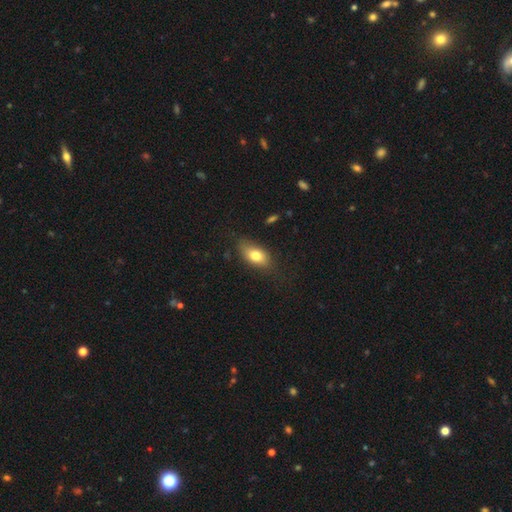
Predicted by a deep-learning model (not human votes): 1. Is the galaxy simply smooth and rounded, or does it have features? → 76% smooth, 16% featured or disk, 8% star or artifact.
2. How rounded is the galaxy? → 87% in between, 8% round, 6% cigar-shaped.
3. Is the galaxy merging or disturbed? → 73% none, 20% minor disturbance, 5% major disturbance, 2% merger.